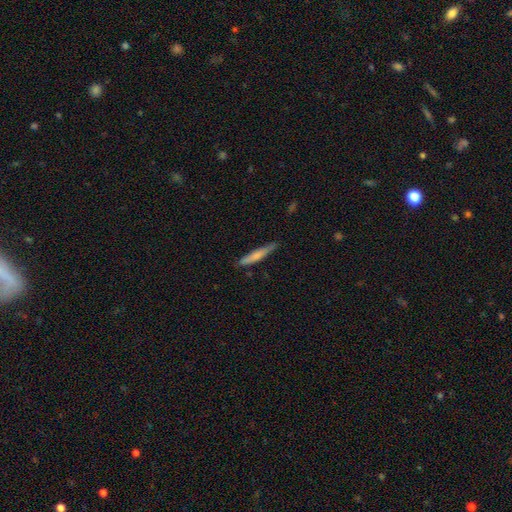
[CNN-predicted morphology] type=smooth (66%); roundness=cigar-shaped (93%); merging=none (80%).